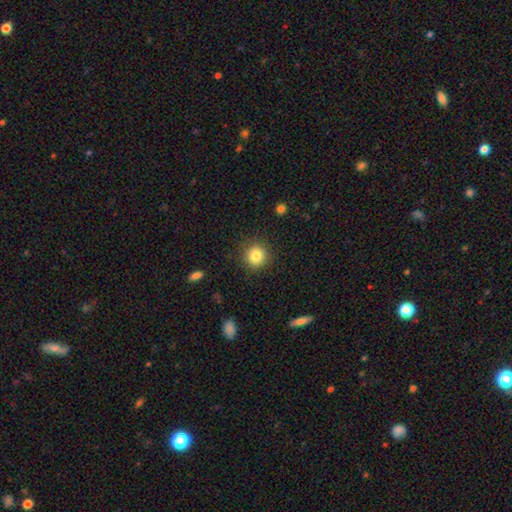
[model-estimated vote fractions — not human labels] Overall: smooth (83%). How rounded: round (93%). Merging: none (90%).